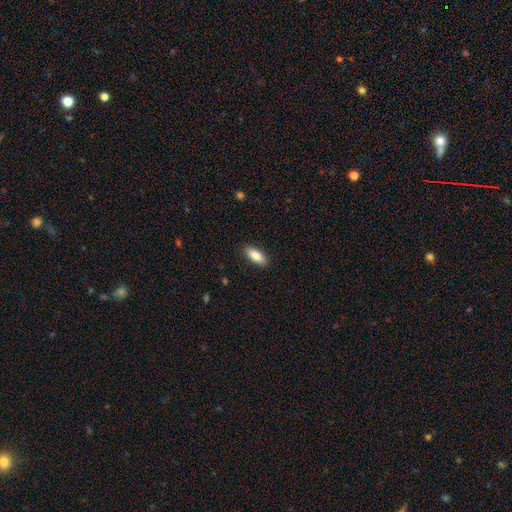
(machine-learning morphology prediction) This appears to be a smooth galaxy with no disk features (84%) that is in between round and cigar-shaped (79%). Merging: none (89%).